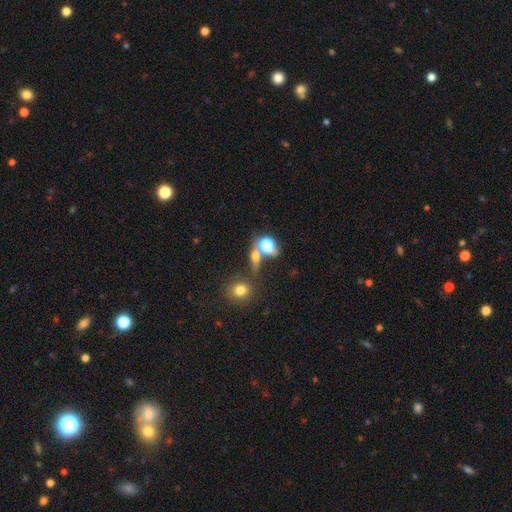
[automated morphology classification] Smooth or featured? Predicted: smooth (p=0.62). How rounded? Predicted: round (p=0.50). Merging? Predicted: none (p=0.40).